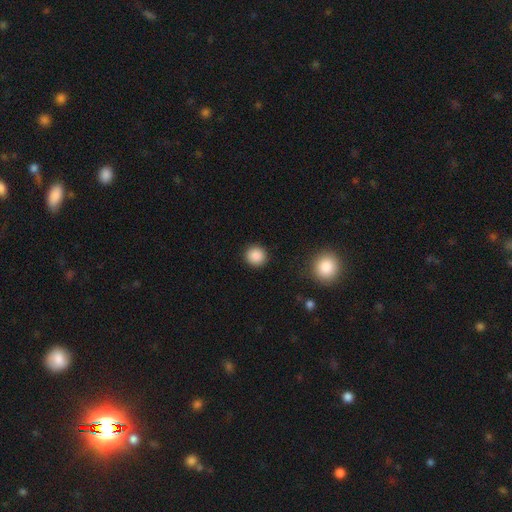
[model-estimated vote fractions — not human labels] This is clearly a smooth galaxy (88%). How rounded: clearly round (92%). Merging: clearly none (91%).